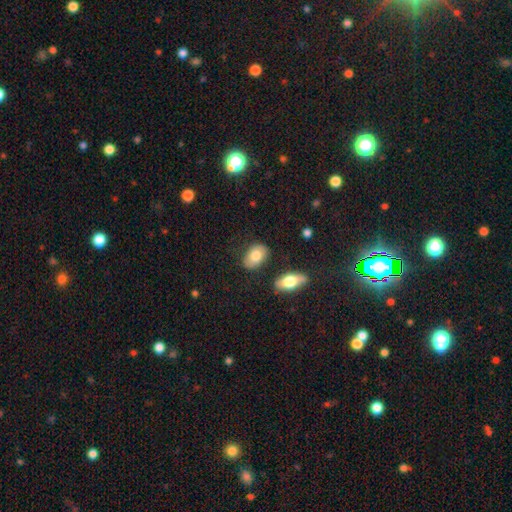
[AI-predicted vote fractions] Smooth or featured? smooth (78%)
How rounded? in between (87%)
Merging? none (79%)